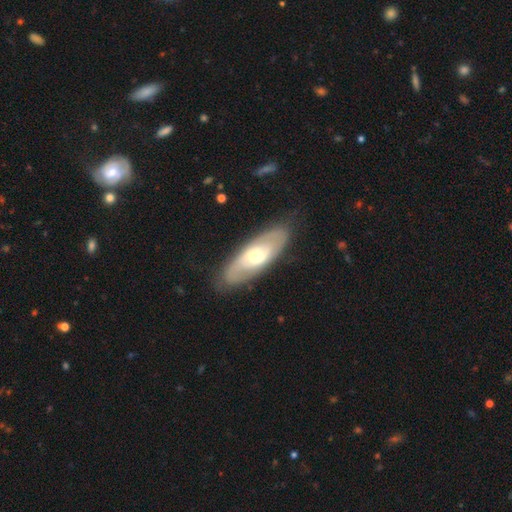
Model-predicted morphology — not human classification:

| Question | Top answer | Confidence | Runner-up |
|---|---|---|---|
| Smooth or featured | featured or disk | 64% | smooth (31%) |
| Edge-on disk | no | 83% | yes (17%) |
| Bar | no | 64% | weak (28%) |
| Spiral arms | yes | 59% | no (41%) |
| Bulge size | moderate | 65% | small (25%) |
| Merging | none | 83% | minor disturbance (12%) |